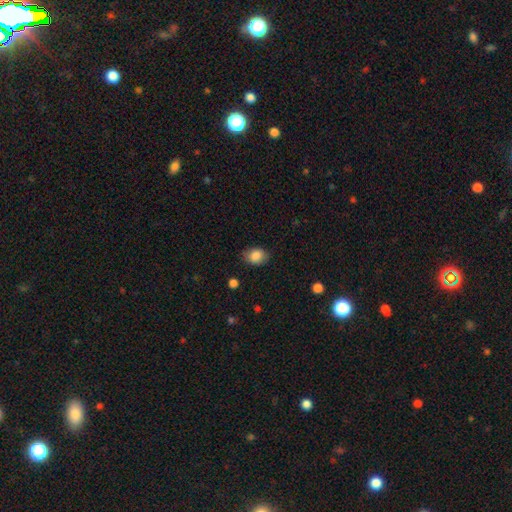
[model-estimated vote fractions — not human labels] This appears to be a smooth galaxy with no disk features (85%) that is in between round and cigar-shaped (68%). Merging: none (79%).